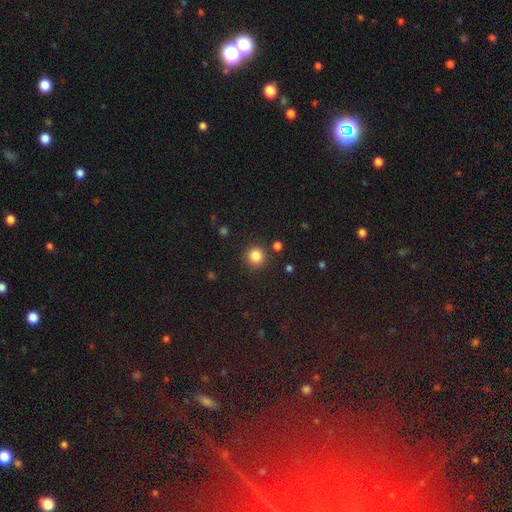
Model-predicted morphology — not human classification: A smooth galaxy with no disk features (84%) that is round (93%).

Vote fractions:
- Smooth or featured? smooth: 84% / star or artifact: 12% / featured or disk: 4%
- How rounded? round: 93% / in between: 6% / cigar-shaped: 1%
- Merging? none: 88% / minor disturbance: 6% / merger: 3% / major disturbance: 2%